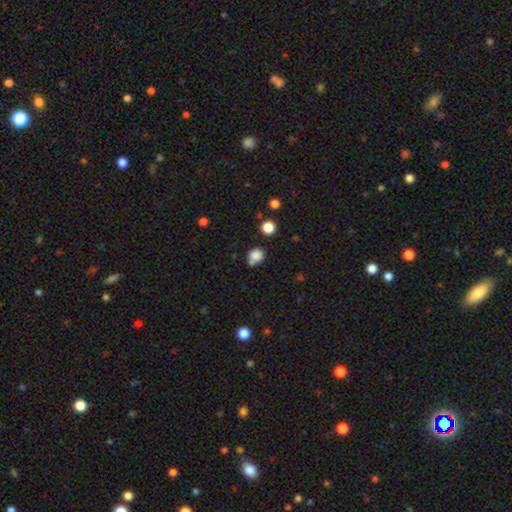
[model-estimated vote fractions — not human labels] Smooth or featured? smooth (83%)
How rounded? round (73%)
Merging? none (59%)